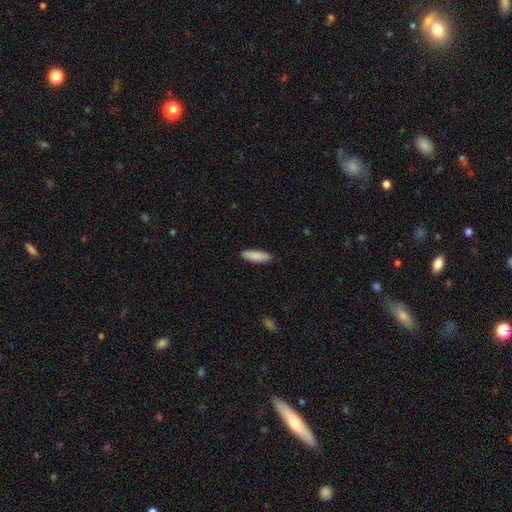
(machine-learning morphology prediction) This is clearly a smooth galaxy (88%). How rounded: possibly cigar-shaped (54%). Merging: clearly none (89%).